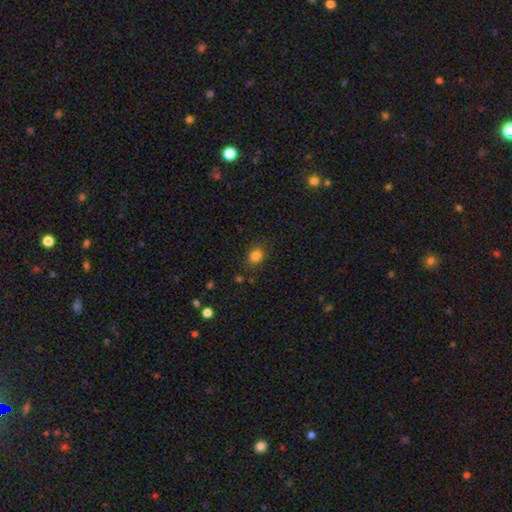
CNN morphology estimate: smooth-or-featured: smooth: 83% | star or artifact: 12% | featured or disk: 5%
  how-rounded: in between: 50% | round: 49% | cigar-shaped: 1%
  merging: none: 81% | minor disturbance: 13% | major disturbance: 4% | merger: 2%